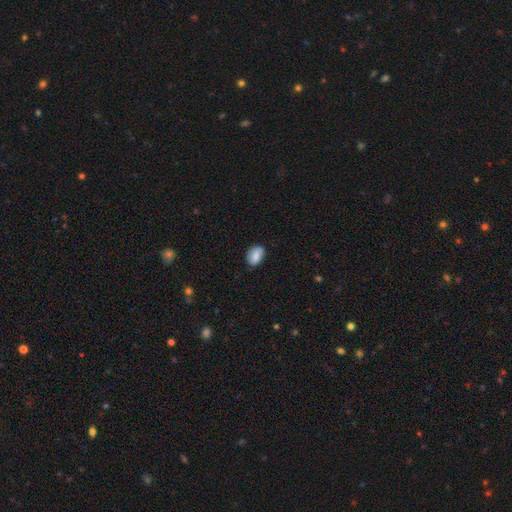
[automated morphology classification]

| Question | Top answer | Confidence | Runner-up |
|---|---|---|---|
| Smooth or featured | smooth | 82% | featured or disk (11%) |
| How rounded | in between | 83% | round (16%) |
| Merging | none | 78% | minor disturbance (18%) |